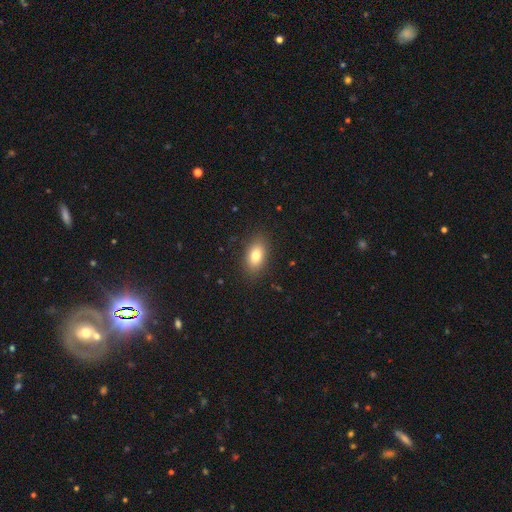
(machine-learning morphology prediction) Q: Smooth or featured?
A: smooth (79%); runner-up: featured or disk (12%)
Q: How rounded?
A: in between (88%); runner-up: round (8%)
Q: Merging?
A: none (87%); runner-up: minor disturbance (9%)